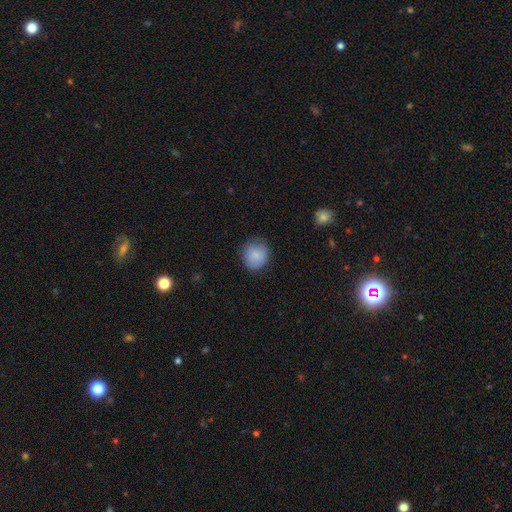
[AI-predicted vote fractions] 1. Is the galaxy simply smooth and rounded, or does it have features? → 85% smooth, 8% featured or disk, 7% star or artifact.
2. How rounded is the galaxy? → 86% round, 13% in between, 1% cigar-shaped.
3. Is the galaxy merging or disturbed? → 80% none, 15% minor disturbance, 4% major disturbance, 1% merger.